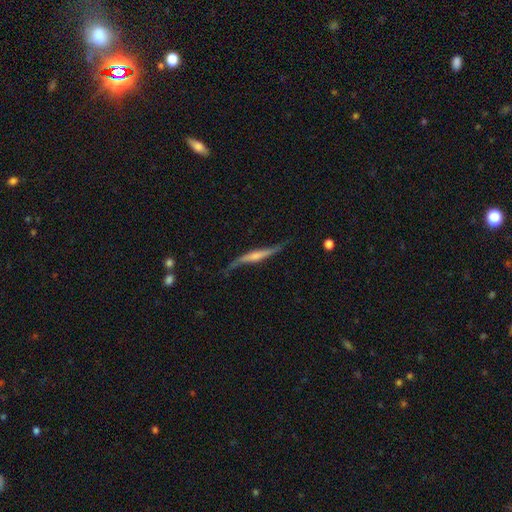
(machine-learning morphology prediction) Q: Smooth or featured?
A: featured or disk (65%); runner-up: smooth (30%)
Q: Edge-on disk?
A: yes (80%); runner-up: no (20%)
Q: Edge-on bulge?
A: rounded (47%); runner-up: none (36%)
Q: Merging?
A: none (60%); runner-up: minor disturbance (27%)